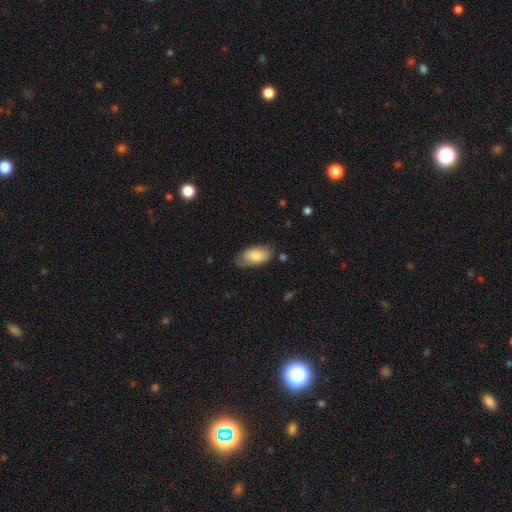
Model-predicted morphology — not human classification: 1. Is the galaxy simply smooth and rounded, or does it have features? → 80% smooth, 14% featured or disk, 6% star or artifact.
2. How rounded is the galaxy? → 94% in between, 4% cigar-shaped, 3% round.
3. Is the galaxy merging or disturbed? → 65% none, 27% minor disturbance, 6% major disturbance, 2% merger.